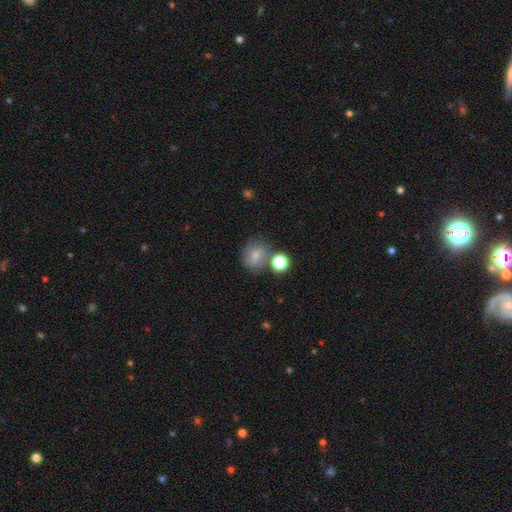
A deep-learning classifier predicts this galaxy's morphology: smooth-or-featured: smooth: 65% | featured or disk: 23% | star or artifact: 12%
  how-rounded: round: 69% | in between: 30% | cigar-shaped: 1%
  merging: none: 57% | minor disturbance: 18% | merger: 18% | major disturbance: 7%